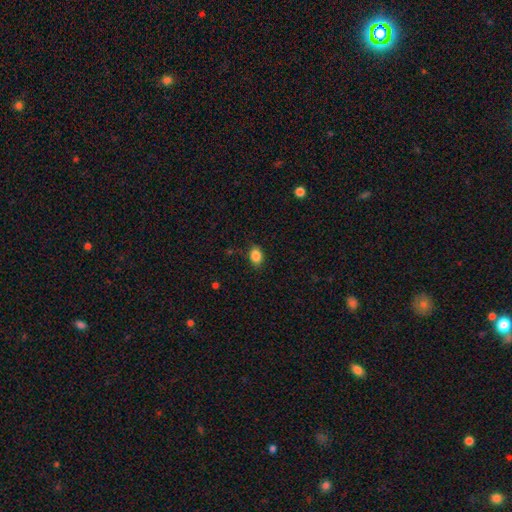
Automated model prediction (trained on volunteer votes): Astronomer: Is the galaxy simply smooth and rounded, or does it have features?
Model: smooth — 87%.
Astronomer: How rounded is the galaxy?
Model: in between — 78%.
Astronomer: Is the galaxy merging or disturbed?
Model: none — 84%.